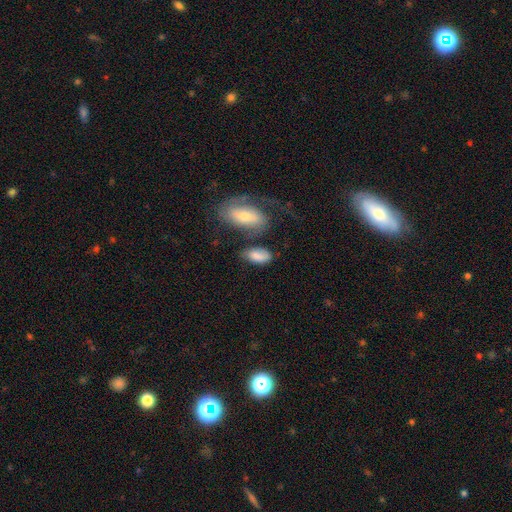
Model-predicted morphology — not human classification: Smooth or featured: smooth — 77% (featured or disk — 15%)
How rounded: in between — 91% (cigar-shaped — 5%)
Merging: none — 52% (minor disturbance — 24%)